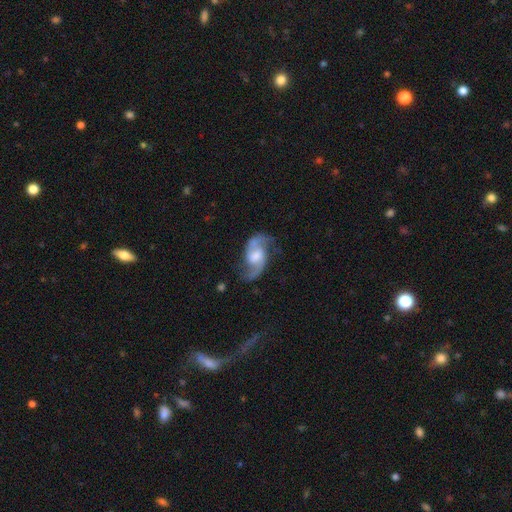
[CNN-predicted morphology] This appears to be a featured or disk galaxy (88%) with a weak bar (52%), 2 (93%) medium (47%) spiral arms (97%) and a moderate central bulge (42%). Merging: none (73%).